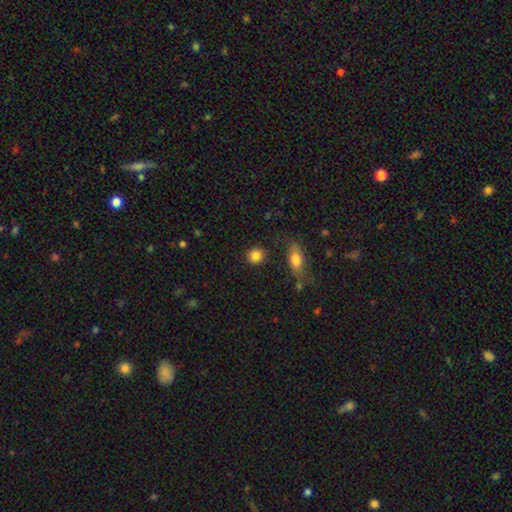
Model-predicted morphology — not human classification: Overall: smooth (86%). How rounded: round (84%). Merging: none (87%).